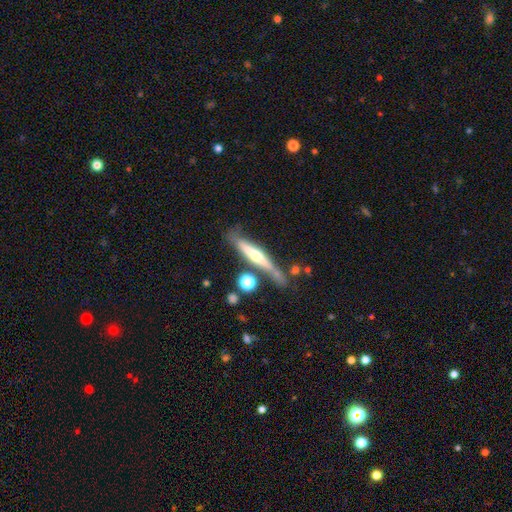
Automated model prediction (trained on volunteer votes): The model was most divided on "smooth or featured": featured or disk: 62%, smooth: 31%, star or artifact: 6%. More confident: edge-on disk — yes (92%); edge-on bulge — rounded (82%); merging — none (63%).